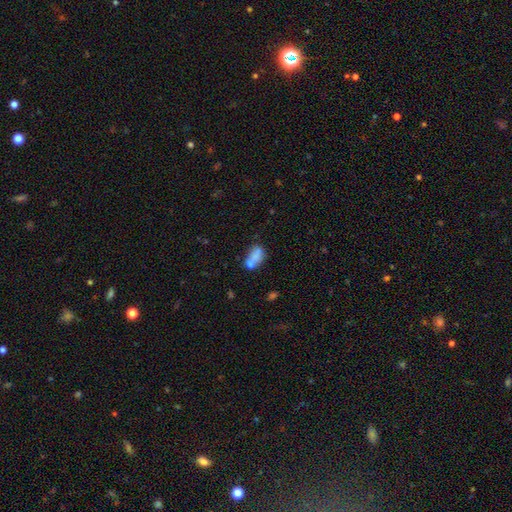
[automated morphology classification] Q: Smooth or featured?
A: smooth (69%); runner-up: featured or disk (21%)
Q: How rounded?
A: in between (79%); runner-up: round (18%)
Q: Merging?
A: merger (50%); runner-up: none (28%)